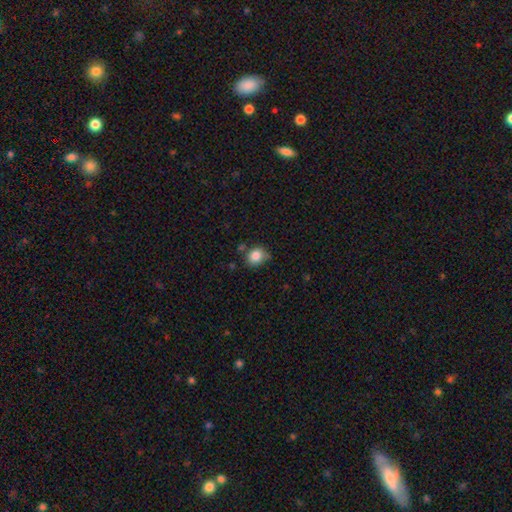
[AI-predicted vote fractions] A smooth galaxy with no disk features (84%) that is round (69%).

Vote fractions:
- Smooth or featured? smooth: 84% / star or artifact: 10% / featured or disk: 6%
- How rounded? round: 69% / in between: 30% / cigar-shaped: 1%
- Merging? none: 66% / minor disturbance: 23% / merger: 6% / major disturbance: 5%